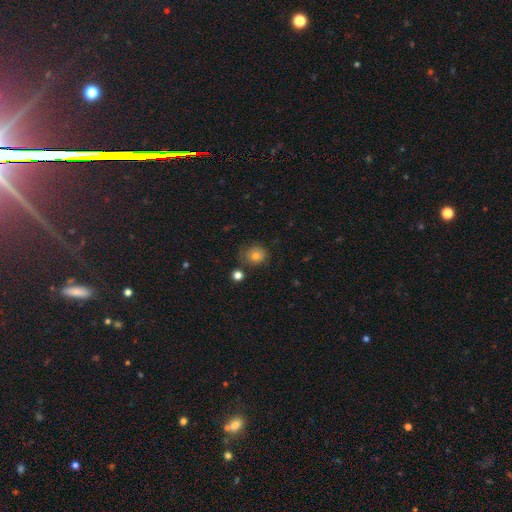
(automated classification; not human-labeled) Q: Smooth or featured?
A: smooth (72%); runner-up: star or artifact (14%)
Q: How rounded?
A: round (82%); runner-up: in between (17%)
Q: Merging?
A: none (72%); runner-up: minor disturbance (18%)